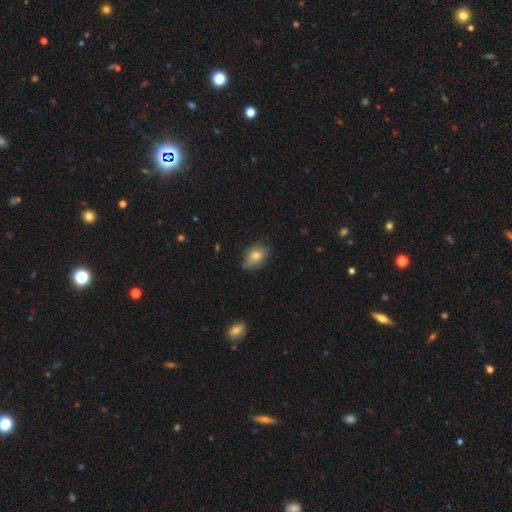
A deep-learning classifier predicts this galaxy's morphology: smooth-or-featured: smooth: 78% | featured or disk: 13% | star or artifact: 8%
  how-rounded: in between: 80% | round: 18% | cigar-shaped: 2%
  merging: none: 69% | minor disturbance: 25% | major disturbance: 4% | merger: 2%